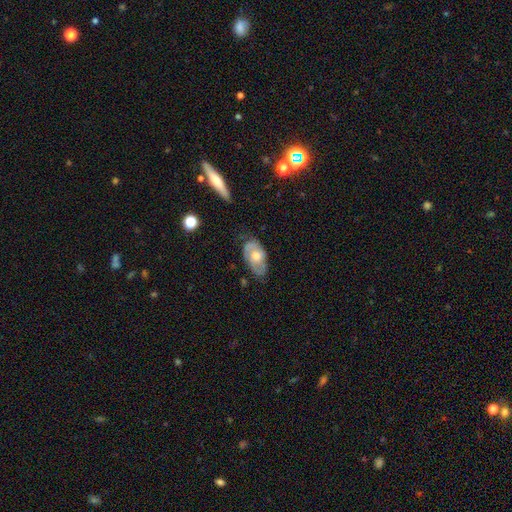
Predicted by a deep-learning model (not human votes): featured or disk 61%, smooth 32%, star or artifact 7%. Down the decision tree: edge-on disk — no (90%); bar — no (78%); spiral arms — yes (66%); bulge size — moderate (66%); merging — none (66%).